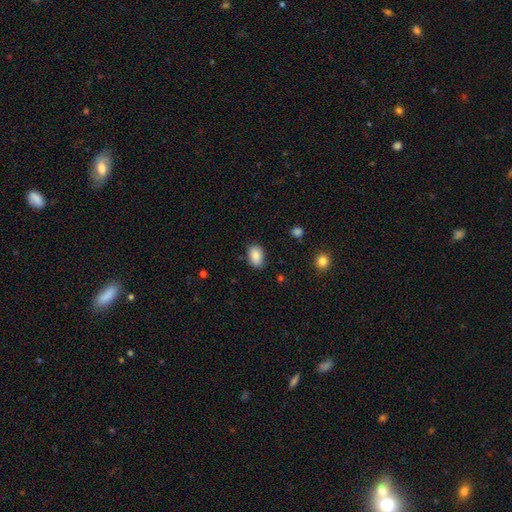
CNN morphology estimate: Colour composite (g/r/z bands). It shows a smooth galaxy with no disk features (87%) that is in between round and cigar-shaped (86%). Merging: none (81%).